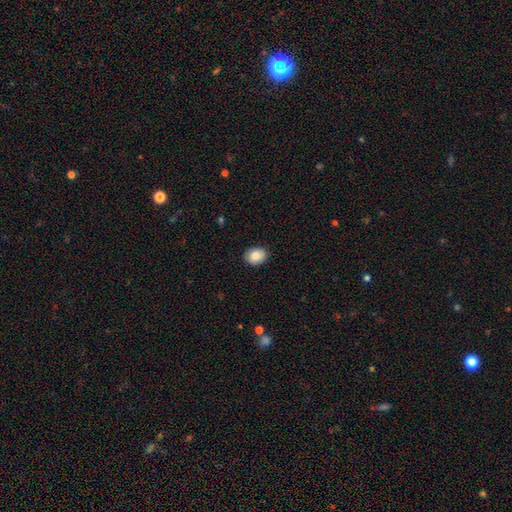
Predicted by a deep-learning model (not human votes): A smooth galaxy with no disk features (85%) that is round (51%). Merging: none (88%).